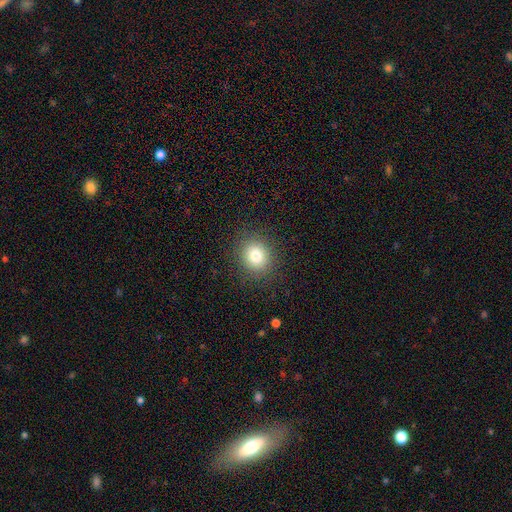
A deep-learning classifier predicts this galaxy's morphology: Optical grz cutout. It shows a smooth galaxy with no disk features (80%) that is round (82%). Merging: none (89%).